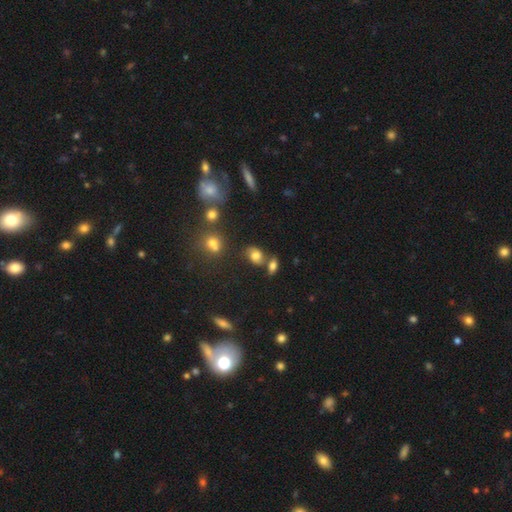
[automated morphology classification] This is likely a smooth galaxy (69%). How rounded: likely in between (73%). Merging: possibly none (54%).